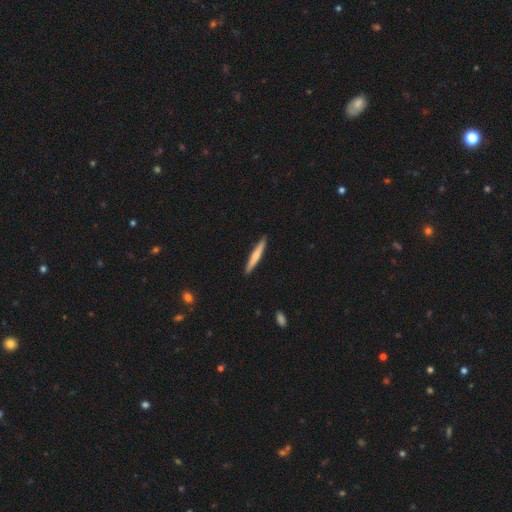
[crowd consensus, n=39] A smooth galaxy with no disk features (54%) that is cigar-shaped (95%).

Vote fractions:
- Smooth or featured? smooth: 54% / featured or disk: 44% / star or artifact: 3%
- How rounded? cigar-shaped: 95% / in between: 5% / round: 0%
- Merging? none: 87% / minor disturbance: 5% / merger: 5% / major disturbance: 3%